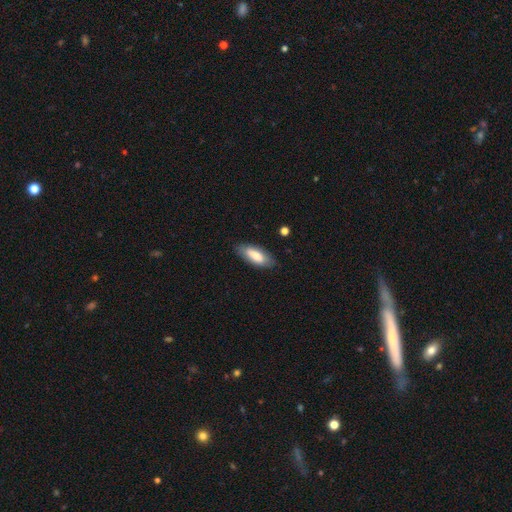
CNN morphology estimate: smooth_or_featured: smooth (p=0.75) [alt: featured or disk p=0.19]
how_rounded: in between (p=0.75) [alt: cigar-shaped p=0.23]
merging: none (p=0.81) [alt: minor disturbance p=0.15]